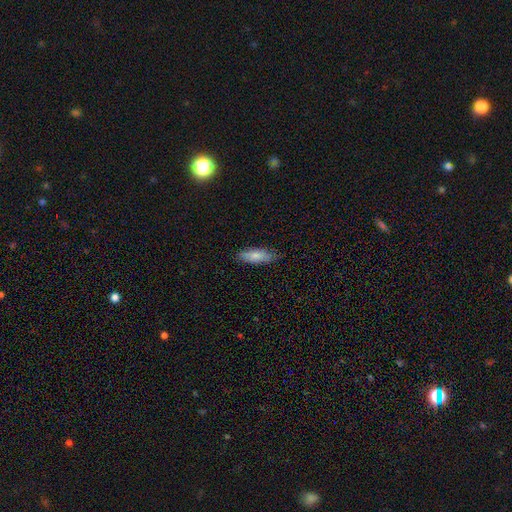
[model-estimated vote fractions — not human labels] Smooth or featured? smooth (79%)
How rounded? in between (58%)
Merging? none (82%)